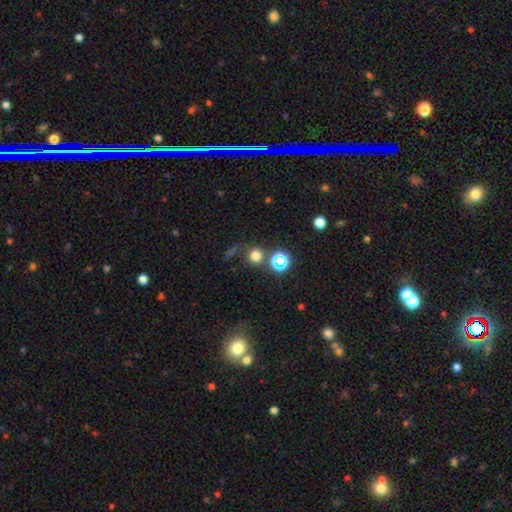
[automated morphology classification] Smooth or featured?
  - smooth: 70% *
  - star or artifact: 24%
  - featured or disk: 7%
How rounded?
  - round: 91% *
  - in between: 8%
  - cigar-shaped: 1%
Merging?
  - none: 72% *
  - merger: 13%
  - minor disturbance: 10%
  - major disturbance: 5%